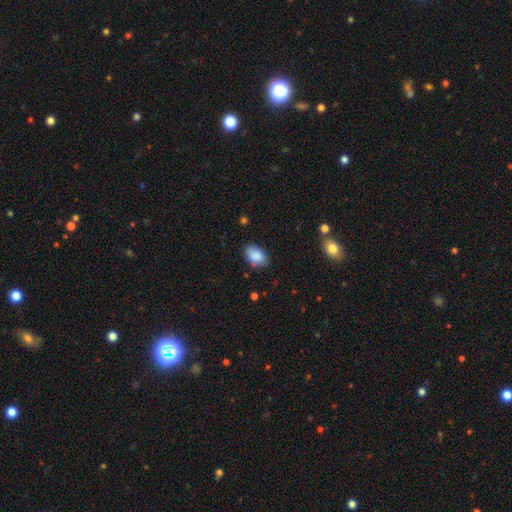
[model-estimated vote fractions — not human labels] A smooth galaxy with no disk features (87%) that is in between round and cigar-shaped (89%).

Vote fractions:
- Smooth or featured? smooth: 87% / star or artifact: 7% / featured or disk: 6%
- How rounded? in between: 89% / round: 10% / cigar-shaped: 1%
- Merging? none: 75% / minor disturbance: 20% / major disturbance: 4% / merger: 2%